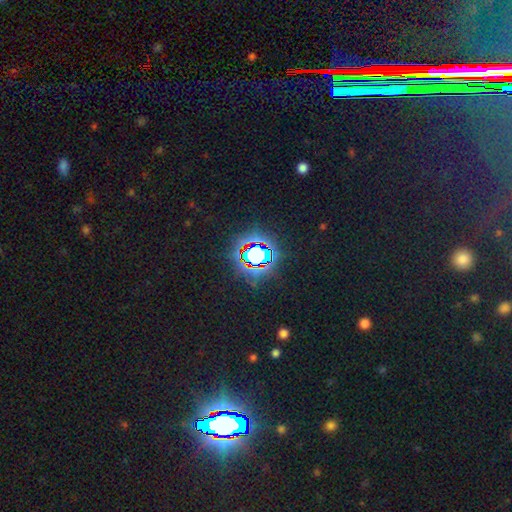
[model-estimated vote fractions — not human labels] smooth_or_featured: star or artifact (p=0.76) [alt: smooth p=0.15]